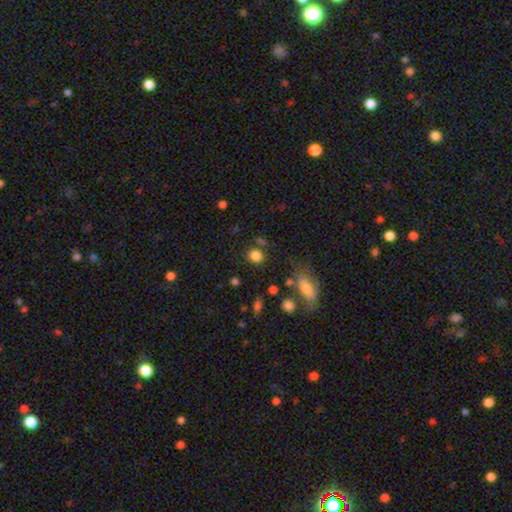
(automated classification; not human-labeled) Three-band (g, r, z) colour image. It shows a smooth galaxy with no disk features (83%) that is round (69%). Merging: none (78%).